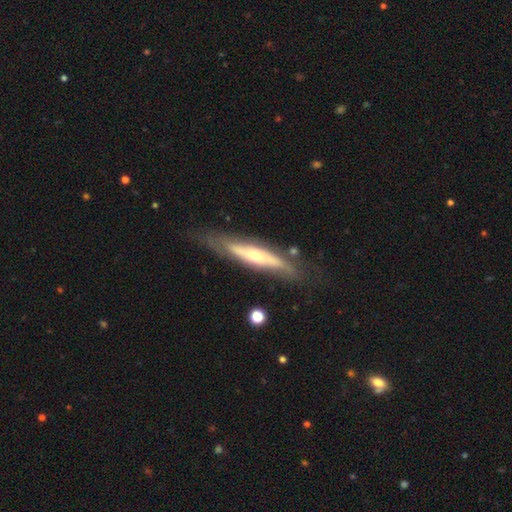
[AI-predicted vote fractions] A featured or disk galaxy (69%) viewed edge-on (61%).

Vote fractions:
- Smooth or featured? featured or disk: 69% / smooth: 25% / star or artifact: 6%
- Edge-on disk? yes: 61% / no: 39%
- Merging? none: 70% / minor disturbance: 19% / major disturbance: 8% / merger: 3%